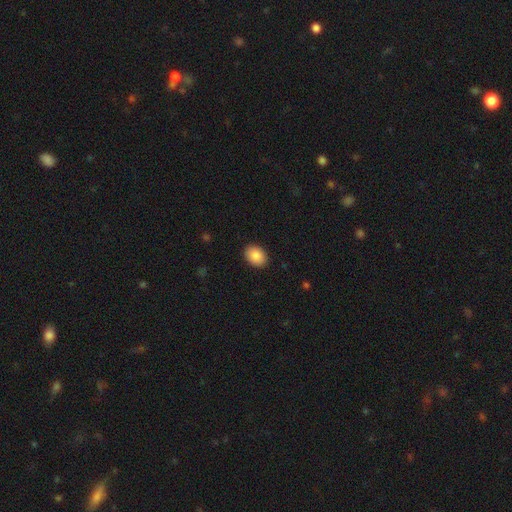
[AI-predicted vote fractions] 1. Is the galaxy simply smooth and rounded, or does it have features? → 87% smooth, 7% star or artifact, 5% featured or disk.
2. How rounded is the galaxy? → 73% in between, 26% round, 1% cigar-shaped.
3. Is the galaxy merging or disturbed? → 90% none, 7% minor disturbance, 2% major disturbance, 1% merger.